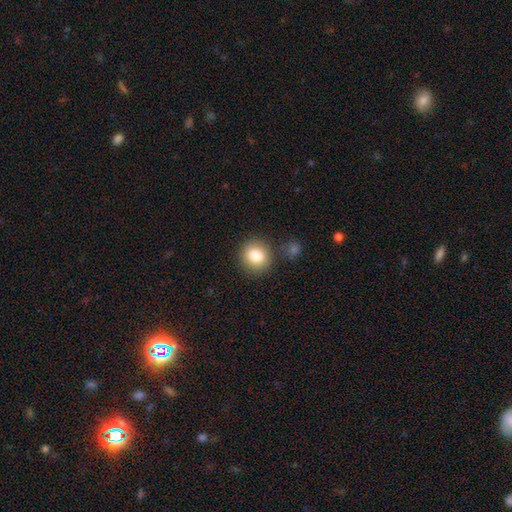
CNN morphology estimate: Smooth or featured?
  - smooth: 82% *
  - star or artifact: 10%
  - featured or disk: 8%
How rounded?
  - round: 89% *
  - in between: 10%
  - cigar-shaped: 1%
Merging?
  - none: 81% *
  - minor disturbance: 9%
  - merger: 6%
  - major disturbance: 3%